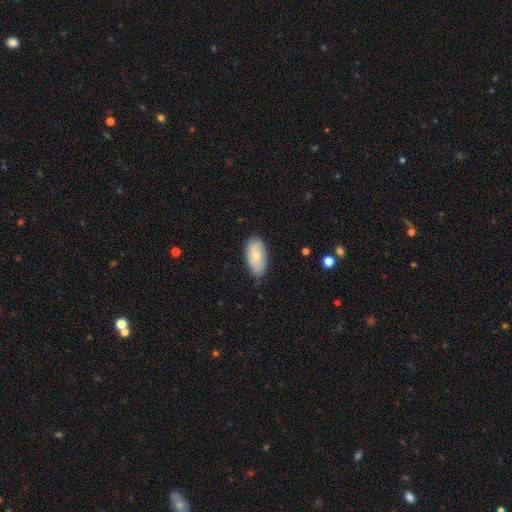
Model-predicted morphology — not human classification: This appears to be a smooth galaxy with no disk features (70%) that is in between round and cigar-shaped (94%). Merging: none (72%).